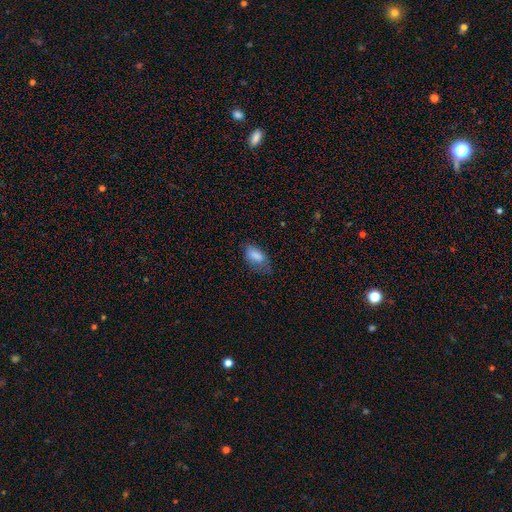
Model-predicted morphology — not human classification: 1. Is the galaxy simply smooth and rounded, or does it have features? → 80% smooth, 12% featured or disk, 8% star or artifact.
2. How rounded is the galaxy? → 91% in between, 5% round, 4% cigar-shaped.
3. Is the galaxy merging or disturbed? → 45% none, 35% minor disturbance, 18% major disturbance, 2% merger.